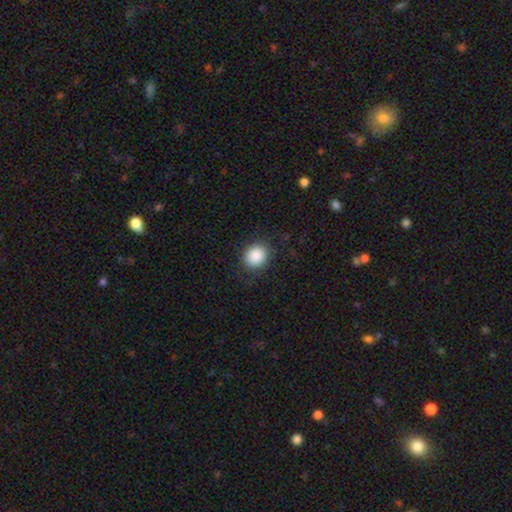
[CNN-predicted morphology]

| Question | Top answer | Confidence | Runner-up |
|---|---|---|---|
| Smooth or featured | smooth | 88% | star or artifact (8%) |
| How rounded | round | 76% | in between (23%) |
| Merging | none | 86% | minor disturbance (10%) |